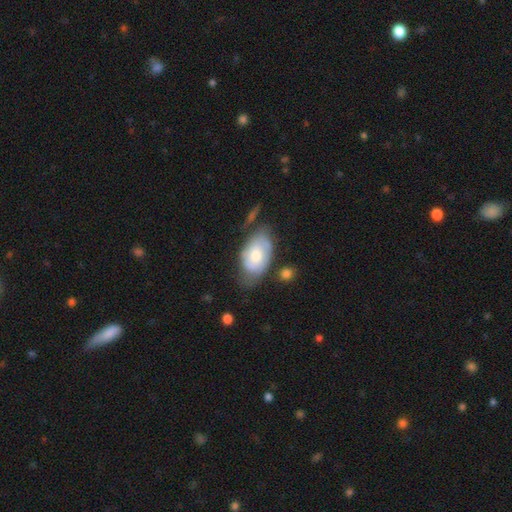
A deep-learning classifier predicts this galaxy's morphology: Overall: smooth (53%; featured or disk 41%). How rounded: in between (92%). Merging: none (51%; minor disturbance 29%).